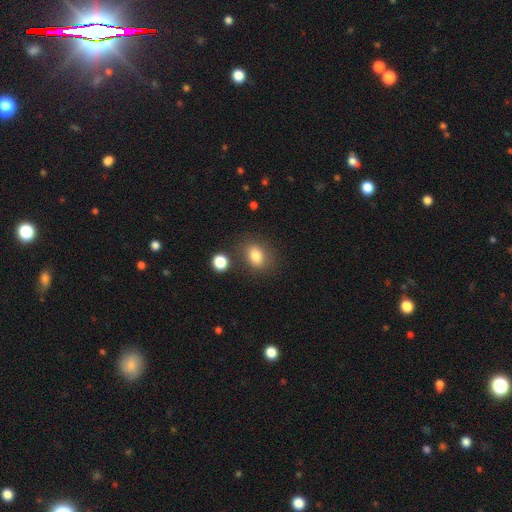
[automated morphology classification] Smooth or featured? smooth (81%)
How rounded? in between (63%)
Merging? none (78%)